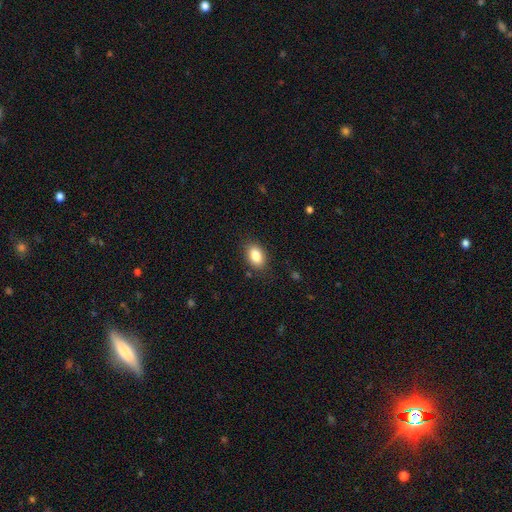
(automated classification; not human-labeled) Smooth or featured?
  - smooth: 85% *
  - star or artifact: 8%
  - featured or disk: 7%
How rounded?
  - in between: 87% *
  - round: 11%
  - cigar-shaped: 2%
Merging?
  - none: 85% *
  - minor disturbance: 11%
  - major disturbance: 3%
  - merger: 1%